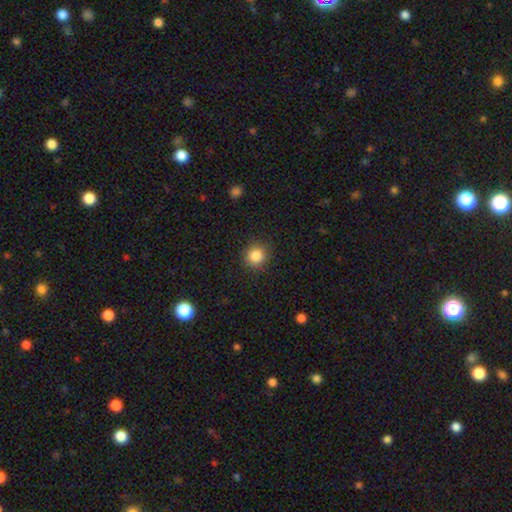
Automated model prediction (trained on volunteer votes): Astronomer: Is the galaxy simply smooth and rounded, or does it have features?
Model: smooth — 85%.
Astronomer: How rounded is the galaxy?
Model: round — 89%.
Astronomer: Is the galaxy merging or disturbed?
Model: none — 89%.